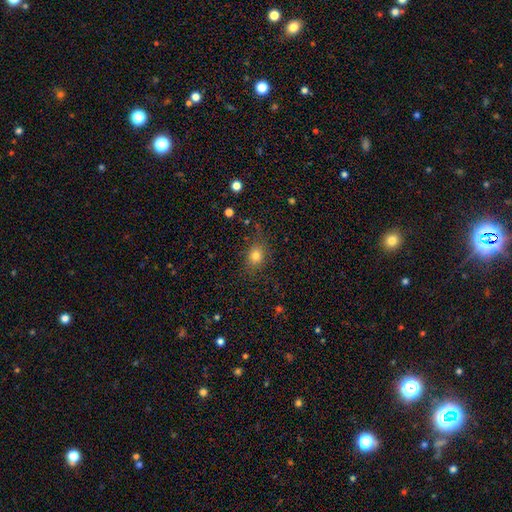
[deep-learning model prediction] Smooth or featured? Predicted: smooth (p=0.77). How rounded? Predicted: round (p=0.57). Merging? Predicted: none (p=0.78).